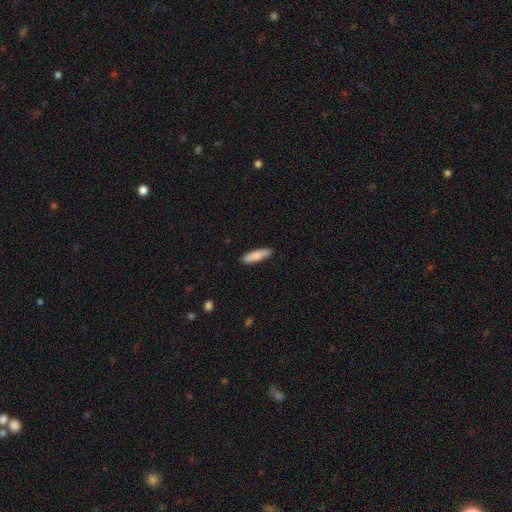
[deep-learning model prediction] smooth-or-featured: smooth: 84% | featured or disk: 10% | star or artifact: 5%
  how-rounded: cigar-shaped: 71% | in between: 28% | round: 1%
  merging: none: 88% | minor disturbance: 9% | major disturbance: 2% | merger: 1%